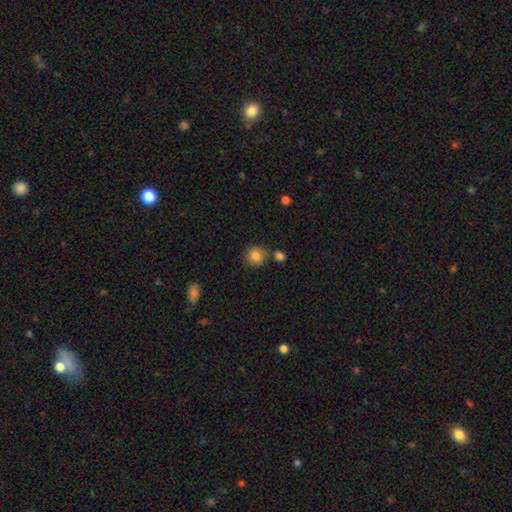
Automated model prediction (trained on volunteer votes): Smooth or featured: smooth — 84% (star or artifact — 9%)
How rounded: round — 88% (in between — 11%)
Merging: none — 76% (minor disturbance — 11%)